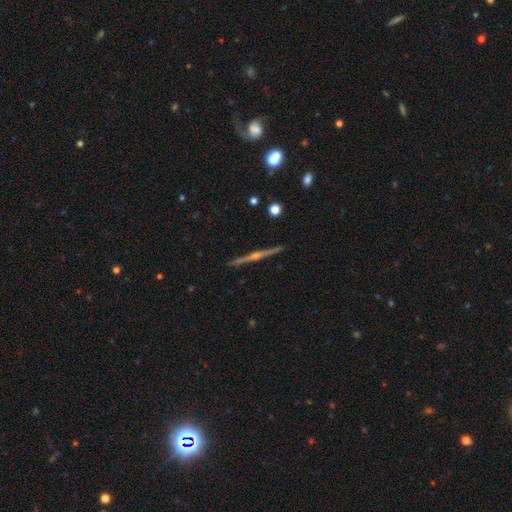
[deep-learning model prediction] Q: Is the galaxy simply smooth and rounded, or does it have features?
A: featured or disk — 77%.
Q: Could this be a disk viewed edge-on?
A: yes — 96%.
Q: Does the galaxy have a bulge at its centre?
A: rounded — 80%.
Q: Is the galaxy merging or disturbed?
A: none — 88%.